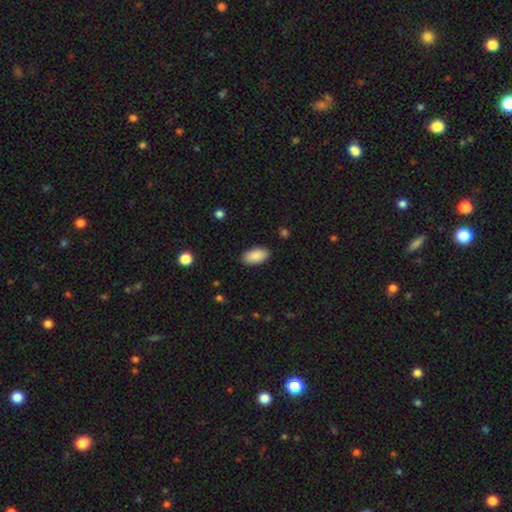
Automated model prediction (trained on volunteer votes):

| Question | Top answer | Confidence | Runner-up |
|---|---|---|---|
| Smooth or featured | smooth | 89% | star or artifact (6%) |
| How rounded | in between | 95% | round (3%) |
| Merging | none | 89% | minor disturbance (8%) |